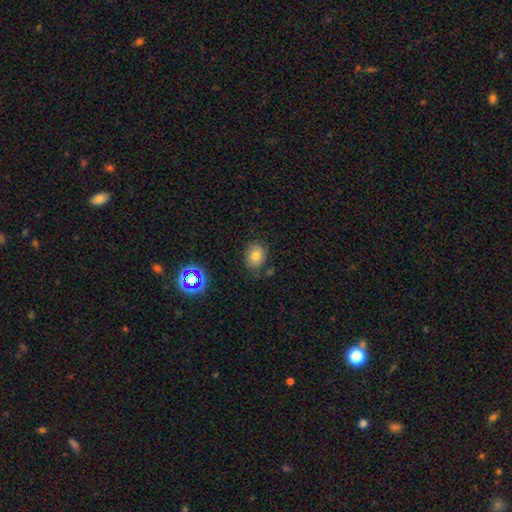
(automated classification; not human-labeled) Morphology: type=smooth (74%); roundness=round (61%); merging=none (71%).